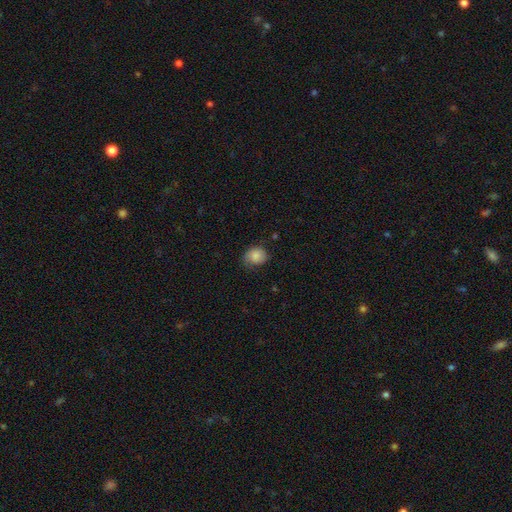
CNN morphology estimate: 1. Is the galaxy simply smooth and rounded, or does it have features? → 78% smooth, 14% featured or disk, 8% star or artifact.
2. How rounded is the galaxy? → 66% round, 33% in between, 1% cigar-shaped.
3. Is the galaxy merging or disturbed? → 61% none, 29% minor disturbance, 8% major disturbance, 1% merger.